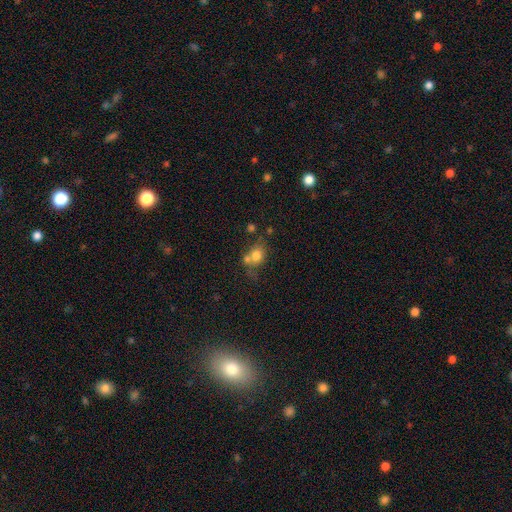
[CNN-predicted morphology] smooth 75%, featured or disk 14%, star or artifact 11%. Down the decision tree: how rounded — round (60%); merging — none (40%).